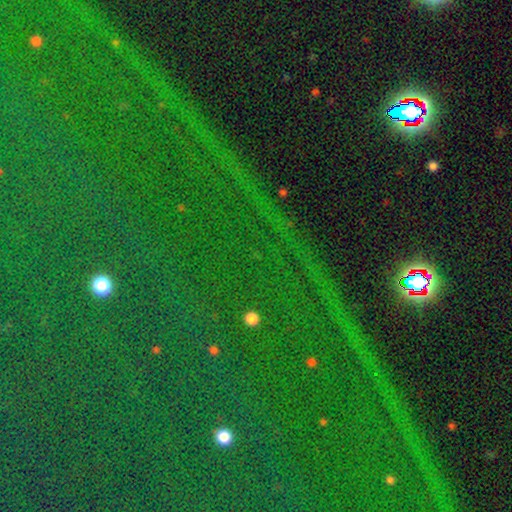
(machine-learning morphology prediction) type=star or artifact (85%).